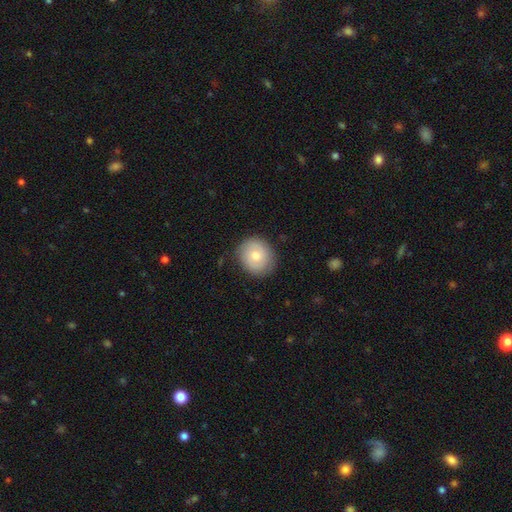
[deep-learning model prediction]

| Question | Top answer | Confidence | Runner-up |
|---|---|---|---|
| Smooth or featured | smooth | 69% | featured or disk (25%) |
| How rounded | round | 77% | in between (22%) |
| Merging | none | 84% | minor disturbance (12%) |